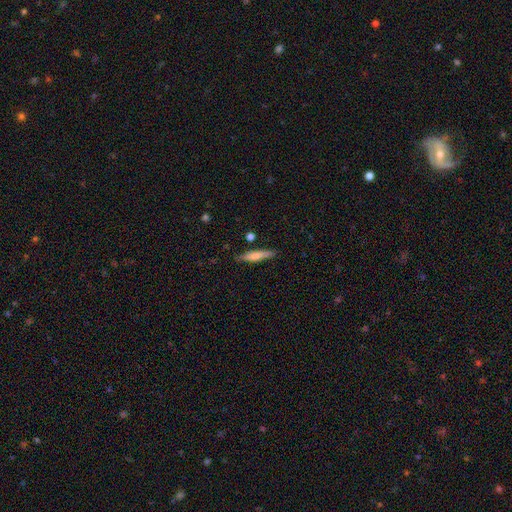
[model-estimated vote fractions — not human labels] A smooth galaxy with no disk features (66%) that is cigar-shaped (88%).

Vote fractions:
- Smooth or featured? smooth: 66% / featured or disk: 27% / star or artifact: 6%
- How rounded? cigar-shaped: 88% / in between: 10% / round: 2%
- Merging? none: 81% / minor disturbance: 14% / merger: 3% / major disturbance: 3%